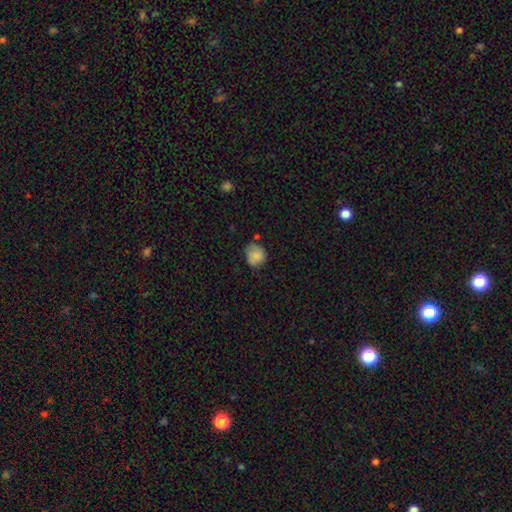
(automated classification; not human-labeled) Morphology: type=smooth (79%); roundness=round (72%); merging=none (59%).